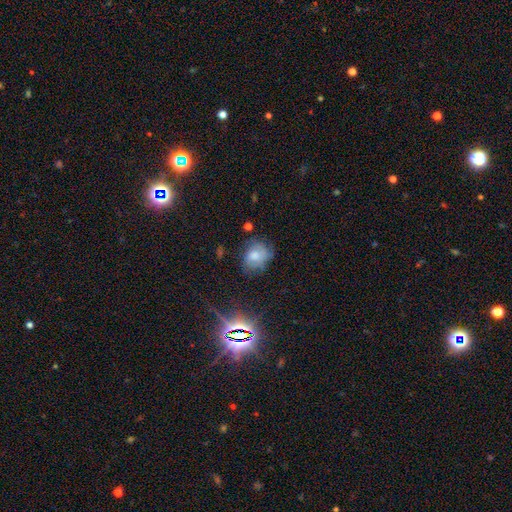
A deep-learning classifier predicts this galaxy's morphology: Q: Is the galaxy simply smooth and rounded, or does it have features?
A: smooth — 62%.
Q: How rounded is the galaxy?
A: in between — 51%.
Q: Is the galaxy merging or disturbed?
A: none — 56%.